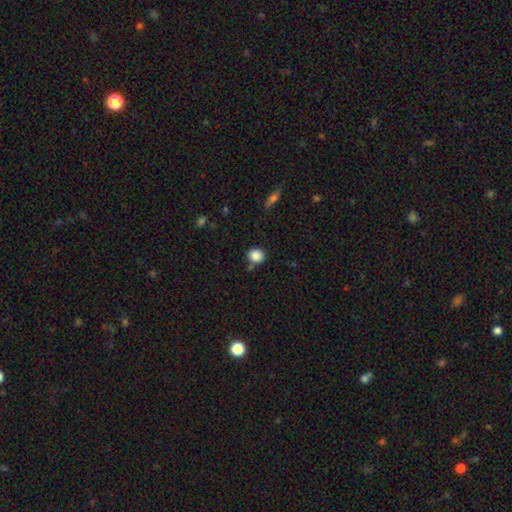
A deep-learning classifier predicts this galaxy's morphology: Smooth or featured? Predicted: smooth (p=0.87). How rounded? Predicted: round (p=0.86). Merging? Predicted: none (p=0.76).